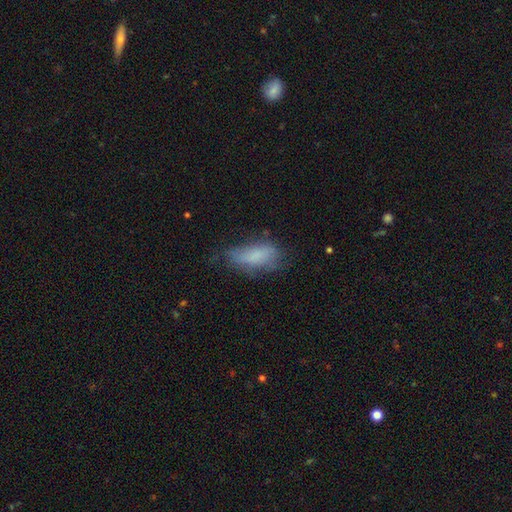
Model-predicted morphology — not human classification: Smooth or featured?
  - smooth: 72% *
  - featured or disk: 19%
  - star or artifact: 10%
How rounded?
  - in between: 82% *
  - cigar-shaped: 15%
  - round: 3%
Merging?
  - none: 45% *
  - minor disturbance: 33%
  - major disturbance: 19%
  - merger: 2%